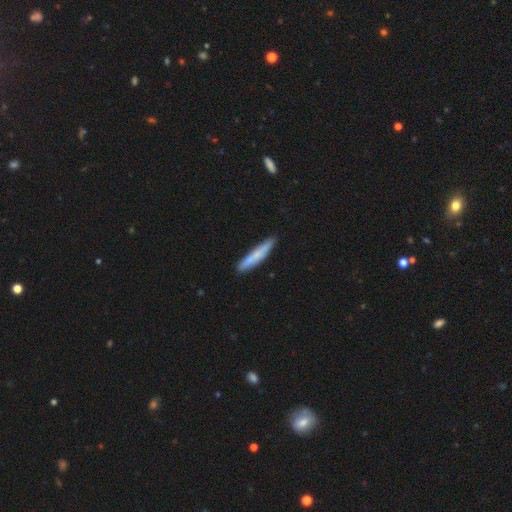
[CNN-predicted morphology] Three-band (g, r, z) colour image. It shows a smooth galaxy with no disk features (66%) that is cigar-shaped (92%). Merging: none (81%).